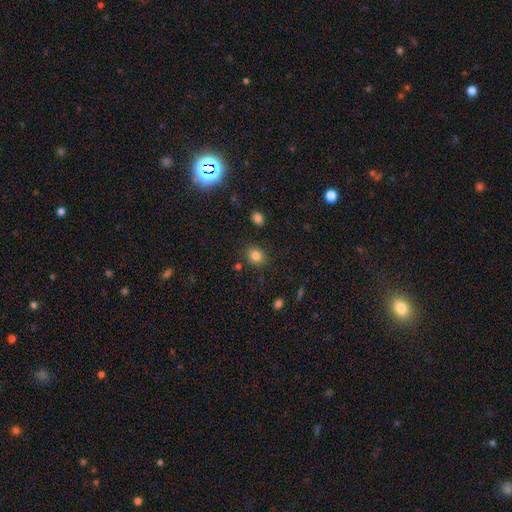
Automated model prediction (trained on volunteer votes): Smooth or featured? smooth (82%)
How rounded? round (61%)
Merging? none (85%)